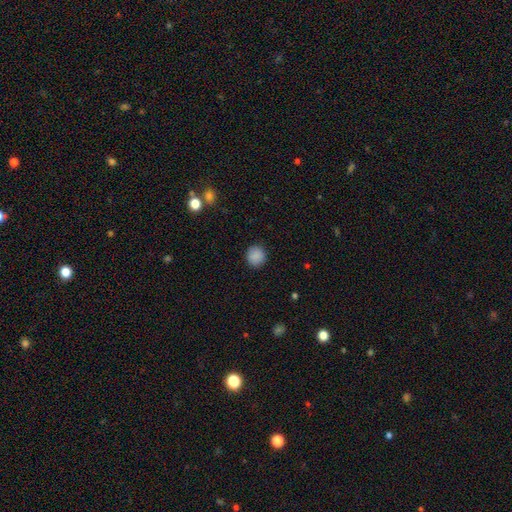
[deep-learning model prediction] Smooth or featured?
  - smooth: 89% *
  - star or artifact: 8%
  - featured or disk: 3%
How rounded?
  - round: 91% *
  - in between: 8%
  - cigar-shaped: 1%
Merging?
  - none: 91% *
  - minor disturbance: 6%
  - major disturbance: 2%
  - merger: 1%